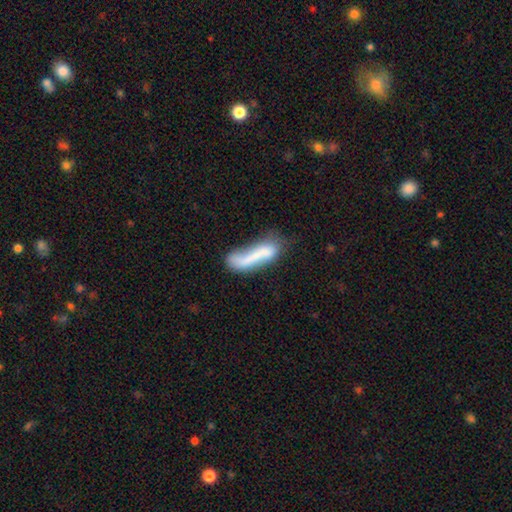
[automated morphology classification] A smooth galaxy with no disk features (61%) that is cigar-shaped (63%).

Vote fractions:
- Smooth or featured? smooth: 61% / featured or disk: 31% / star or artifact: 8%
- How rounded? cigar-shaped: 63% / in between: 34% / round: 2%
- Merging? none: 34% / minor disturbance: 25% / merger: 21% / major disturbance: 20%